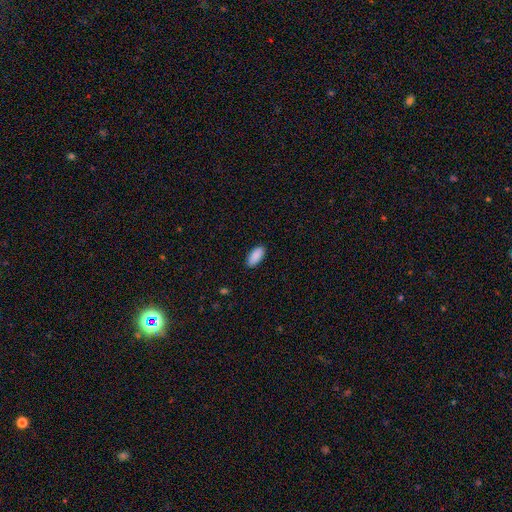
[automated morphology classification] Q: Smooth or featured?
A: smooth (90%); runner-up: star or artifact (6%)
Q: How rounded?
A: in between (90%); runner-up: cigar-shaped (8%)
Q: Merging?
A: none (89%); runner-up: minor disturbance (9%)